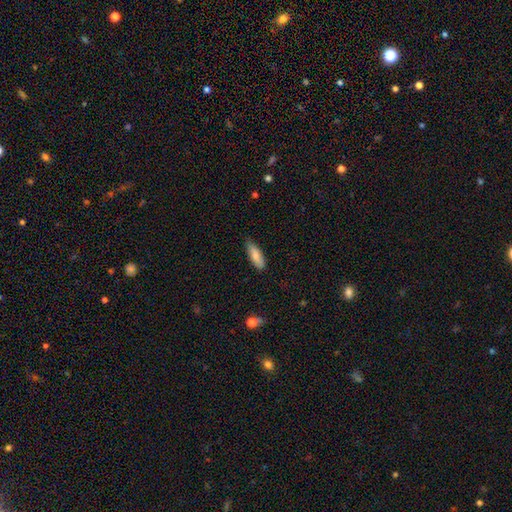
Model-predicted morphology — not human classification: Smooth or featured: smooth — 83% (featured or disk — 11%)
How rounded: in between — 57% (cigar-shaped — 42%)
Merging: none — 76% (minor disturbance — 20%)